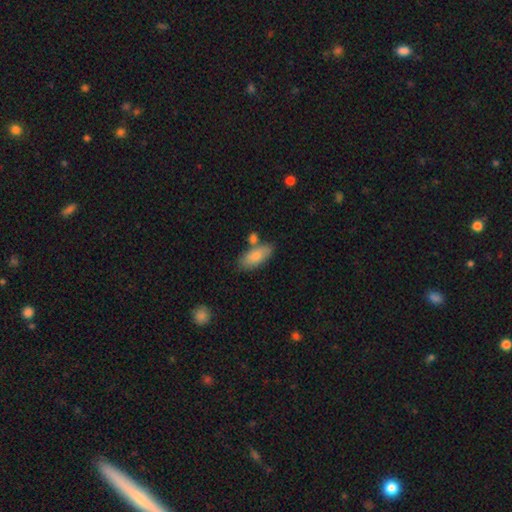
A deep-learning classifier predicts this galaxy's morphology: Smooth or featured? smooth (82%)
How rounded? in between (86%)
Merging? none (64%)